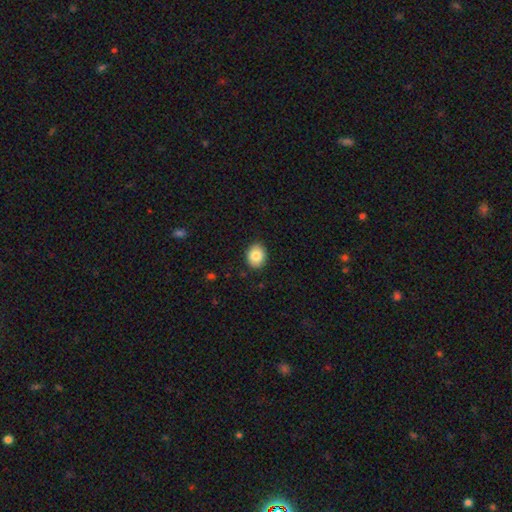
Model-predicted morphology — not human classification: Smooth or featured? smooth (85%)
How rounded? round (50%)
Merging? none (89%)